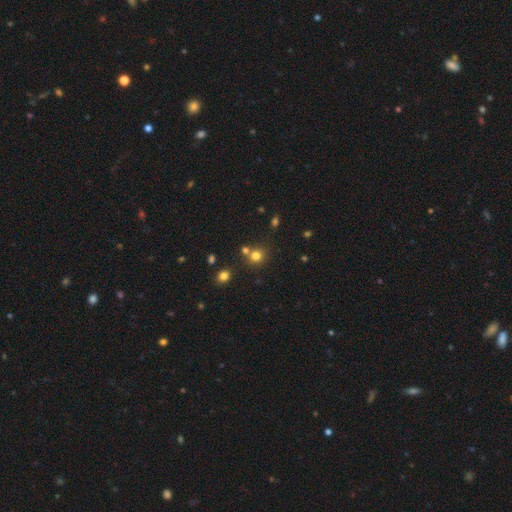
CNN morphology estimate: A smooth galaxy with no disk features (75%) that is round (86%). Merging: none (67%).